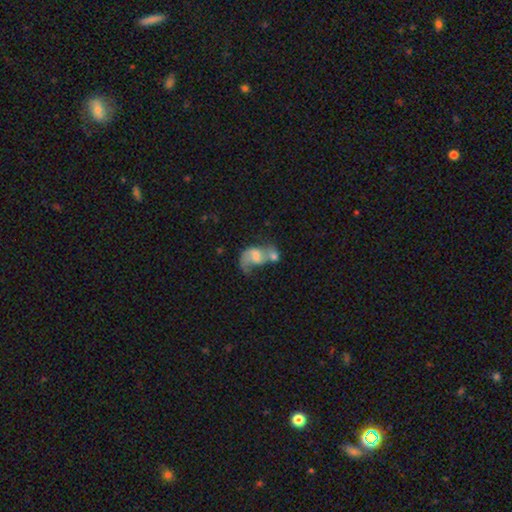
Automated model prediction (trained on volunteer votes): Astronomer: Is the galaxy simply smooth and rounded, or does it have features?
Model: featured or disk — 57% (runner-up: smooth, 34%).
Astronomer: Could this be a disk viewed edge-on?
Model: no — 97%.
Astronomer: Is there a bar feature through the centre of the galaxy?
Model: no — 44% (runner-up: weak, 43%).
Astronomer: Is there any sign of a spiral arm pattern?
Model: yes — 79%.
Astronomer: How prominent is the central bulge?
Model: none — 31% (runner-up: moderate, 28%).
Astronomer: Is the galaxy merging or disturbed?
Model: merger — 51%.